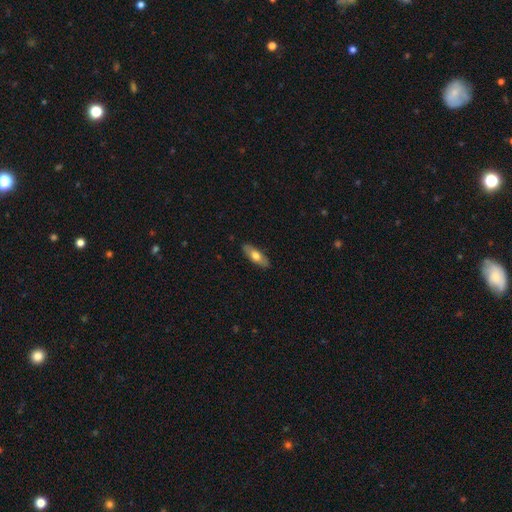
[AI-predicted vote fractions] The model was most divided on "smooth or featured": smooth: 63%, featured or disk: 32%, star or artifact: 6%. More confident: merging — none (87%); how rounded — in between (69%).